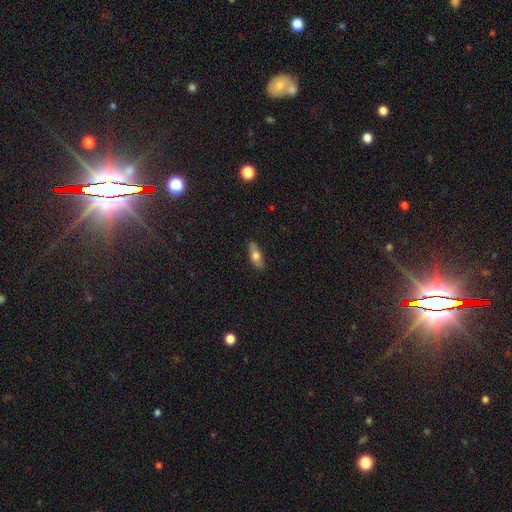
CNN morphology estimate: Smooth or featured? smooth (65%)
How rounded? in between (65%)
Merging? none (86%)